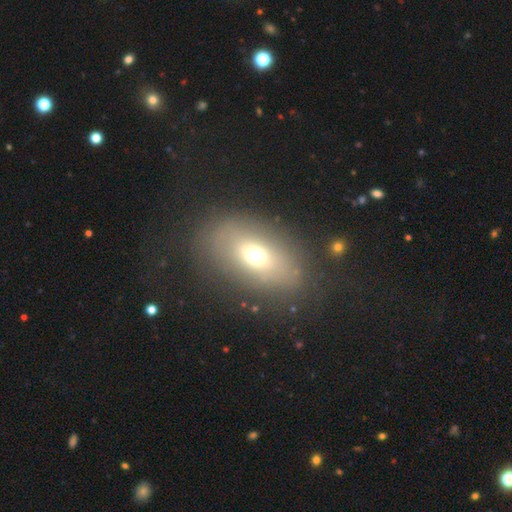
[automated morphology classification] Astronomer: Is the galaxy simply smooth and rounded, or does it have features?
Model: smooth — 62%.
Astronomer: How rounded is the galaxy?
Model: in between — 82%.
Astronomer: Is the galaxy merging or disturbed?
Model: none — 76%.